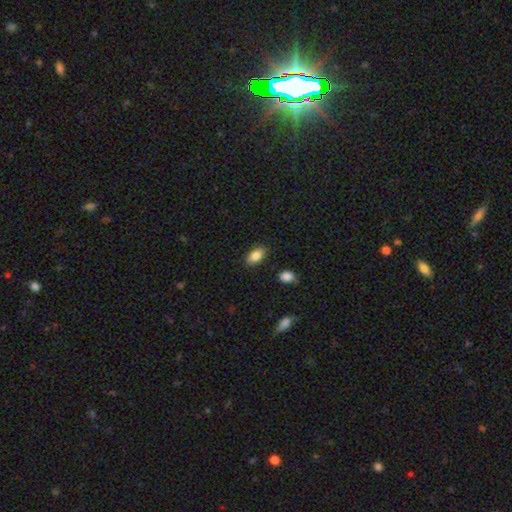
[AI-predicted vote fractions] The model was most divided on "merging": none: 86%, minor disturbance: 10%, major disturbance: 2%, merger: 2%. More confident: how rounded — in between (92%); smooth or featured — smooth (86%).